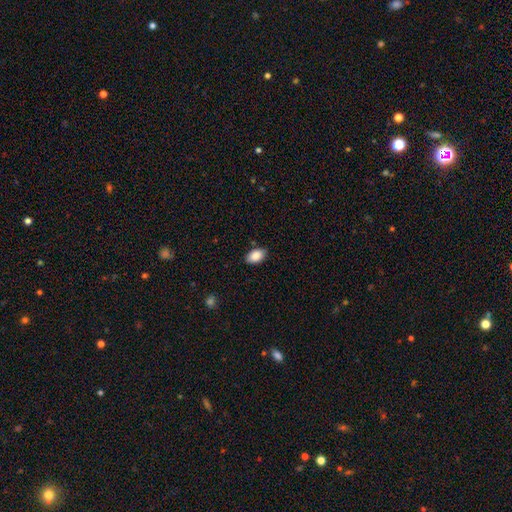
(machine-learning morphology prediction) This appears to be a smooth galaxy with no disk features (88%) that is in between round and cigar-shaped (92%). Merging: none (86%).